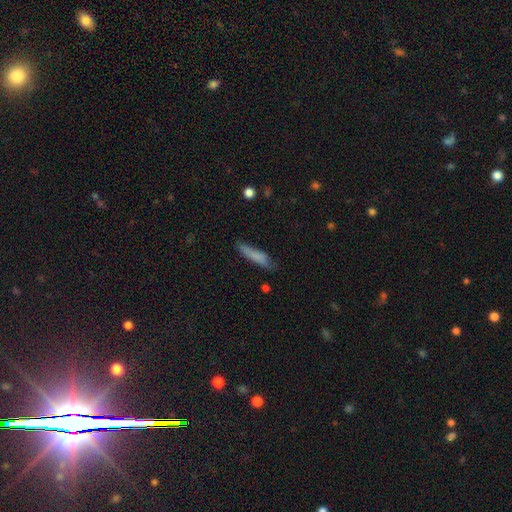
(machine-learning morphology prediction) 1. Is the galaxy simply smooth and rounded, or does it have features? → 78% smooth, 15% featured or disk, 7% star or artifact.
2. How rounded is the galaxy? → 80% cigar-shaped, 18% in between, 2% round.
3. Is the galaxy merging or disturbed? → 65% none, 26% minor disturbance, 7% major disturbance, 2% merger.